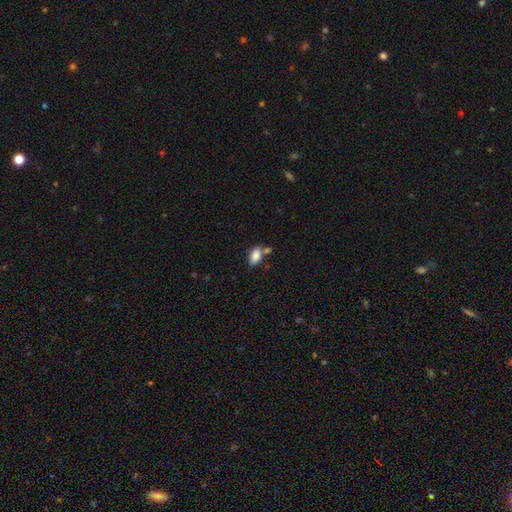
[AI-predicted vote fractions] A smooth galaxy with no disk features (85%) that is in between round and cigar-shaped (91%).

Vote fractions:
- Smooth or featured? smooth: 85% / star or artifact: 8% / featured or disk: 7%
- How rounded? in between: 91% / round: 5% / cigar-shaped: 4%
- Merging? none: 57% / merger: 25% / minor disturbance: 14% / major disturbance: 4%